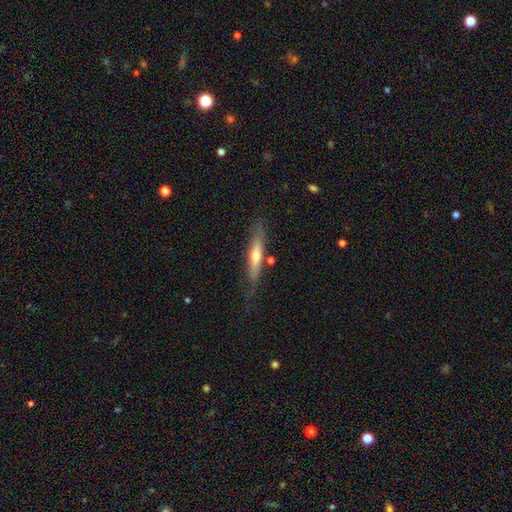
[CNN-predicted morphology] smooth 47% (tied), featured or disk 47% (tied), star or artifact 6%. Down the decision tree: merging — none (72%).